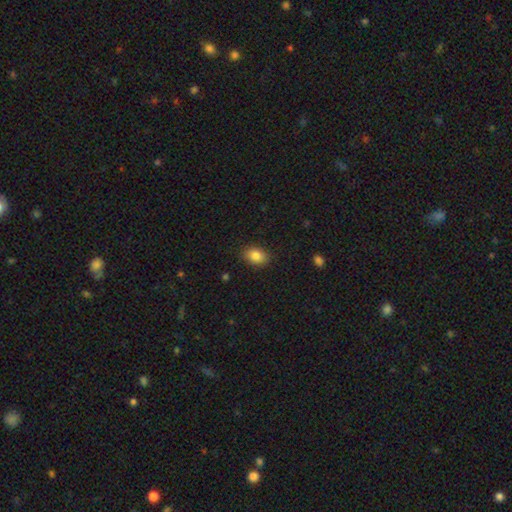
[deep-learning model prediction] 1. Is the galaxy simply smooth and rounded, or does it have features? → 86% smooth, 9% star or artifact, 6% featured or disk.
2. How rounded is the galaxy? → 79% in between, 20% round, 1% cigar-shaped.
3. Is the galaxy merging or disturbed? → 87% none, 10% minor disturbance, 2% major disturbance, 1% merger.